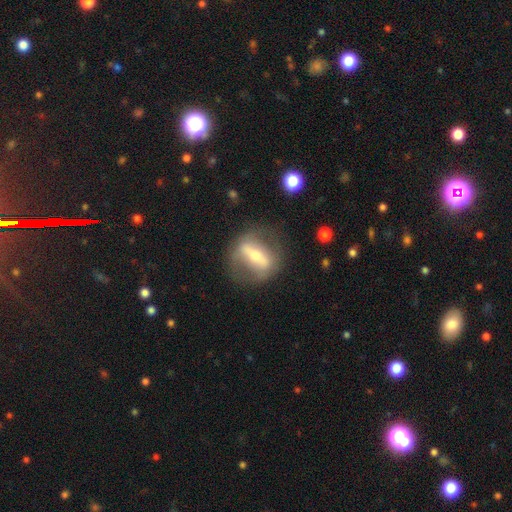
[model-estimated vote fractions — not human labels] smooth_or_featured: featured or disk (p=0.70) [alt: smooth p=0.23]
disk_edge_on: no (p=0.65) [alt: yes p=0.35]
merging: none (p=0.73) [alt: minor disturbance p=0.14]